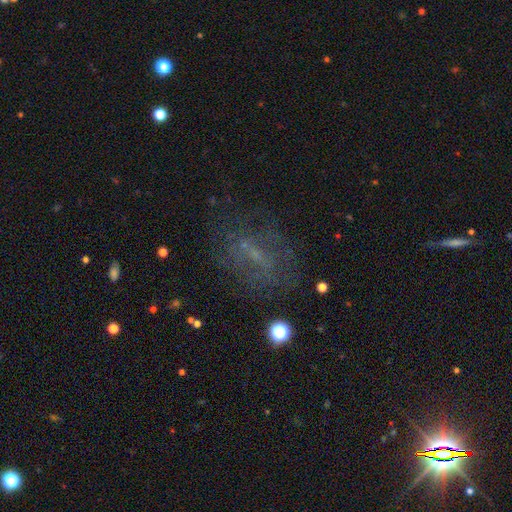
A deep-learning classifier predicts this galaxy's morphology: Smooth or featured? featured or disk (43%)
Merging? none (60%)